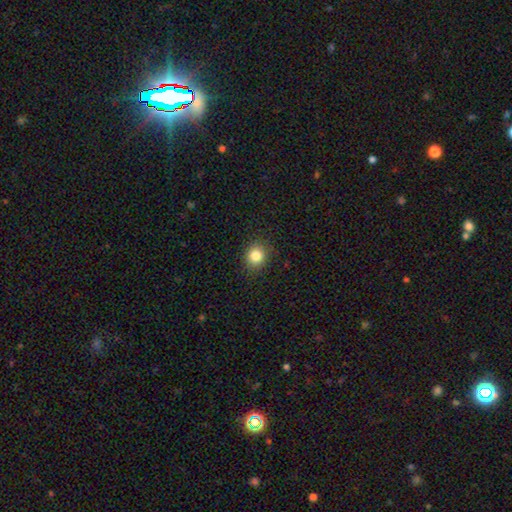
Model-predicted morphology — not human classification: The model was most divided on "how rounded": round: 72%, in between: 27%, cigar-shaped: 1%. More confident: merging — none (89%); smooth or featured — smooth (83%).